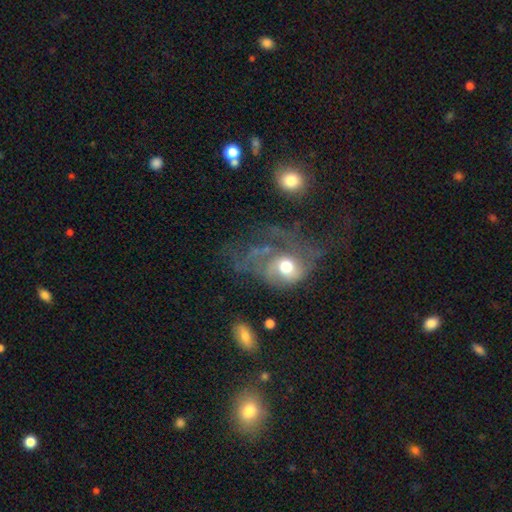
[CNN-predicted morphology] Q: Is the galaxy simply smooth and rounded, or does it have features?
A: featured or disk — 60%.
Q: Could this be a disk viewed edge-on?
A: no — 95%.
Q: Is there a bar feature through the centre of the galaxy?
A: no — 79%.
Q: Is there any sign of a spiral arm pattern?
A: yes — 55%.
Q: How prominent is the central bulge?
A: moderate — 61%.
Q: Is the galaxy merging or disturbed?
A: major disturbance — 49%.